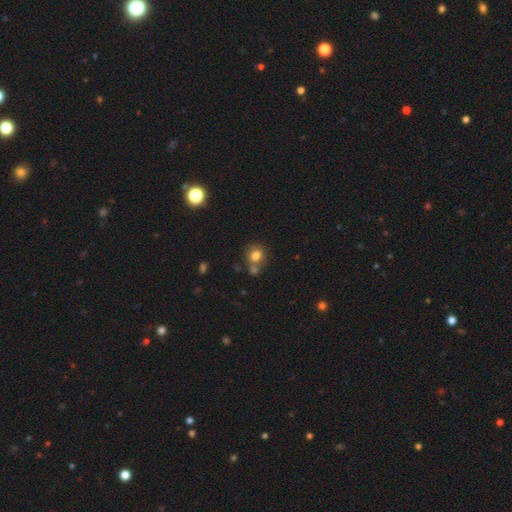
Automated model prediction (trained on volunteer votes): Smooth or featured? smooth (80%)
How rounded? round (77%)
Merging? none (60%)